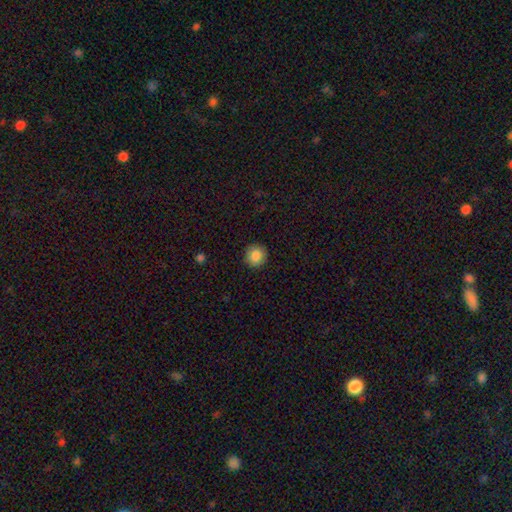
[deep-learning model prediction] A smooth galaxy with no disk features (86%) that is round (91%).

Vote fractions:
- Smooth or featured? smooth: 86% / star or artifact: 9% / featured or disk: 5%
- How rounded? round: 91% / in between: 8% / cigar-shaped: 1%
- Merging? none: 92% / minor disturbance: 6% / major disturbance: 2% / merger: 1%